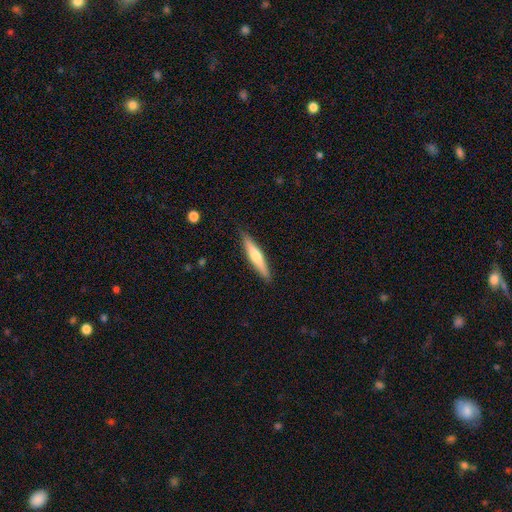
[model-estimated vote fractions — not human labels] Smooth or featured? smooth (56%)
How rounded? cigar-shaped (90%)
Merging? none (89%)